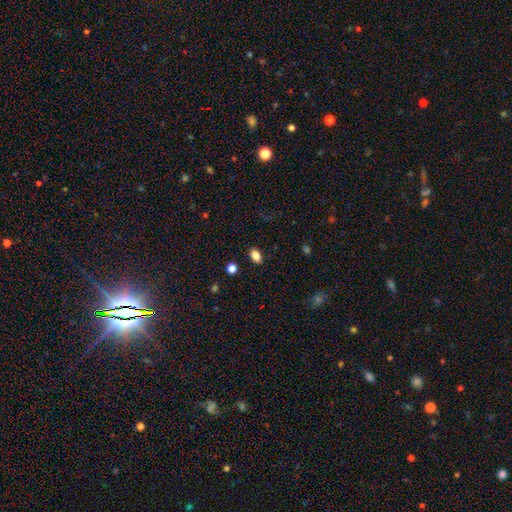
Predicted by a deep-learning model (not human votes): The model was most divided on "smooth or featured": smooth: 84%, star or artifact: 10%, featured or disk: 6%. More confident: merging — none (89%); how rounded — in between (88%).